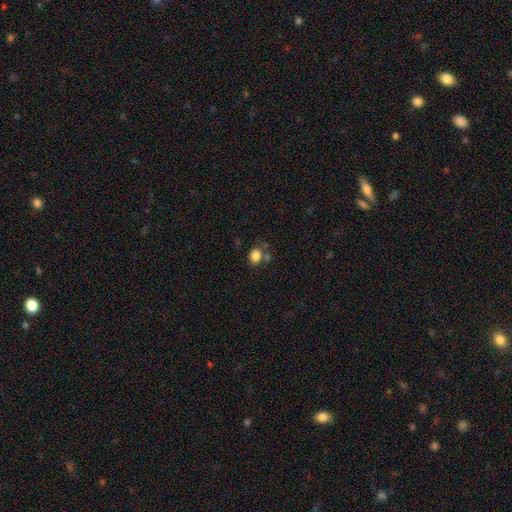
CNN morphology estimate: This is clearly a smooth galaxy (83%). How rounded: possibly in between (59%). Merging: likely none (63%).